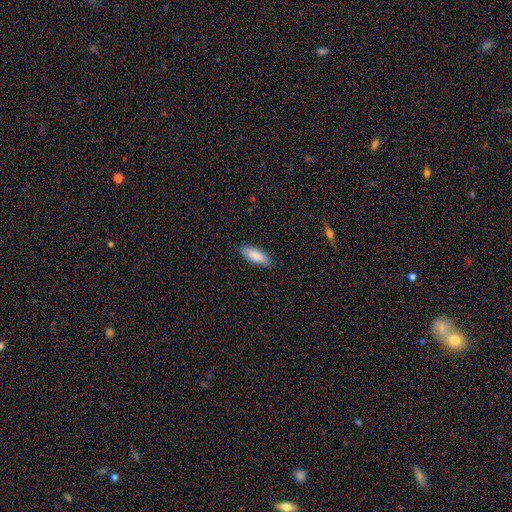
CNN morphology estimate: Smooth or featured? Predicted: smooth (p=0.86). How rounded? Predicted: in between (p=0.74). Merging? Predicted: none (p=0.88).